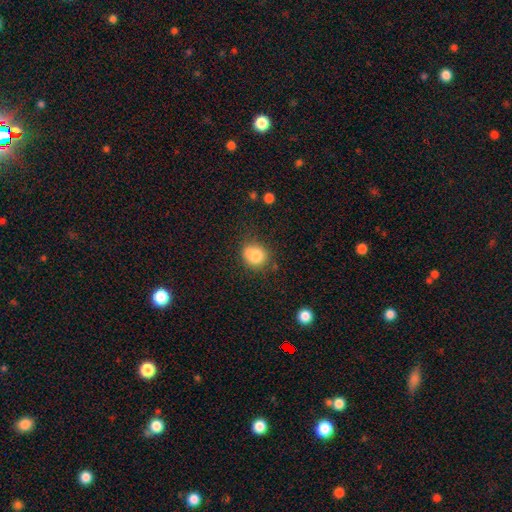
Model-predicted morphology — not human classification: smooth-or-featured: smooth: 79% | star or artifact: 11% | featured or disk: 10%
  how-rounded: round: 68% | in between: 30% | cigar-shaped: 1%
  merging: none: 61% | minor disturbance: 23% | merger: 10% | major disturbance: 6%